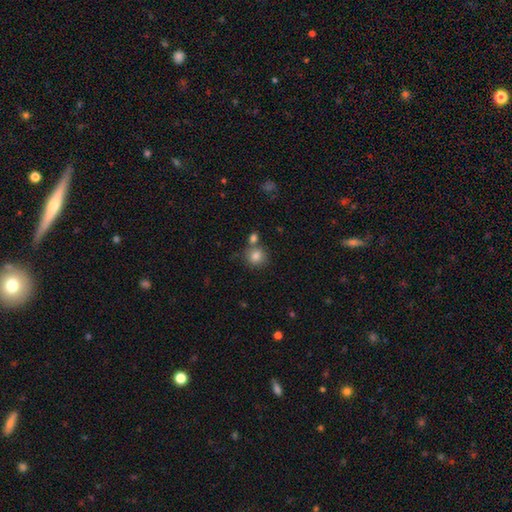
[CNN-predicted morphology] A smooth galaxy with no disk features (83%) that is round (83%). Merging: none (65%).